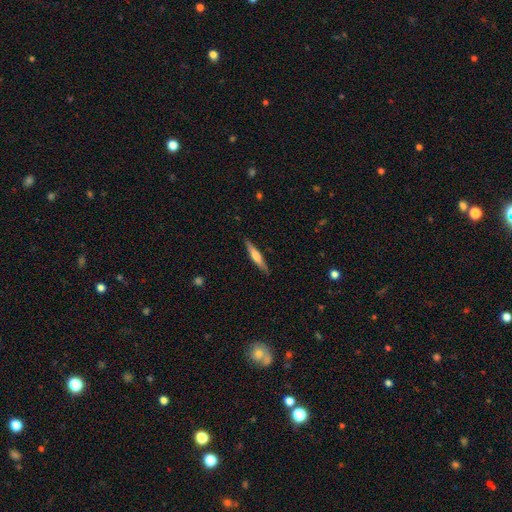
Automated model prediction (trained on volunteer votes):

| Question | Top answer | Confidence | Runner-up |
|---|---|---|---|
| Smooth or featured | featured or disk | 49% | smooth (45%) |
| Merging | none | 89% | minor disturbance (8%) |